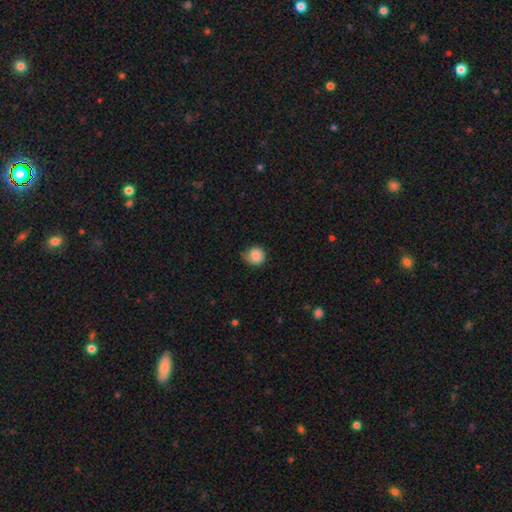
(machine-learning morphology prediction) Overall: smooth (83%). How rounded: round (85%). Merging: none (54%; minor disturbance 33%).